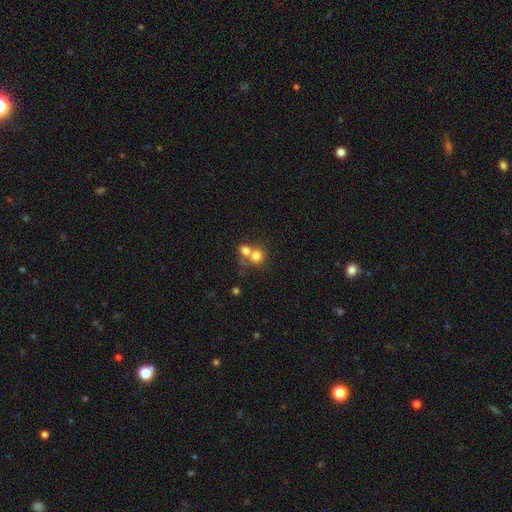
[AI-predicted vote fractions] Smooth or featured? smooth (74%)
How rounded? round (79%)
Merging? merger (59%)